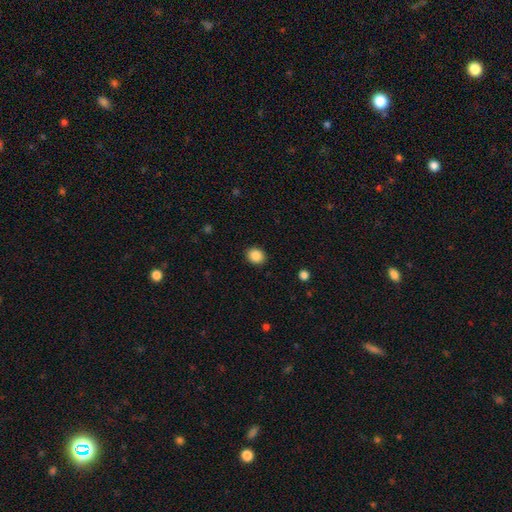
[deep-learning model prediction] smooth 88%, star or artifact 9%, featured or disk 3%. Down the decision tree: how rounded — round (71%); merging — none (91%).